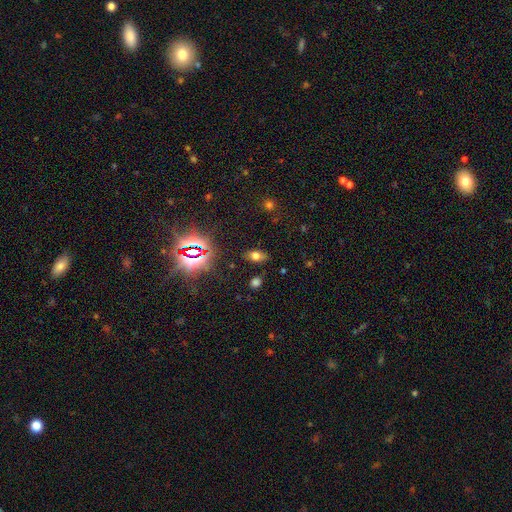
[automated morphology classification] type=smooth (63%); roundness=in between (85%); merging=none (82%).